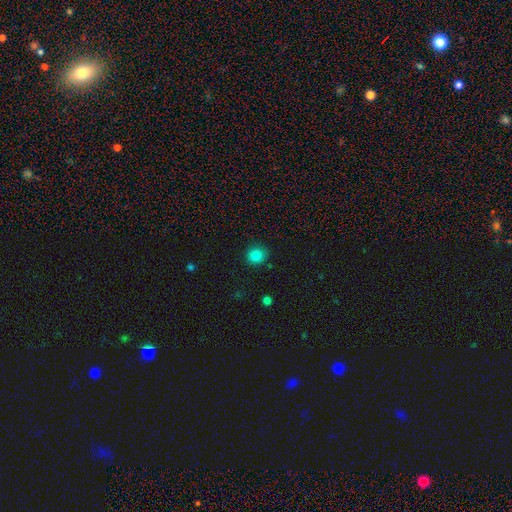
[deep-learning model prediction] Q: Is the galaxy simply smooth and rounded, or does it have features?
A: smooth — 83%.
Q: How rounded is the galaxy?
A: round — 92%.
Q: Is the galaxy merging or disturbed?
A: none — 89%.